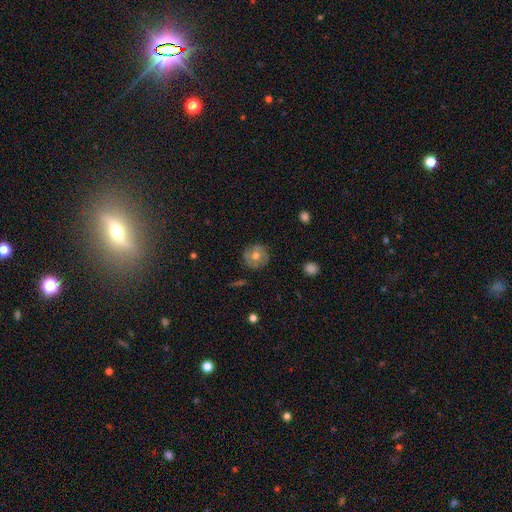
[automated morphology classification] A smooth galaxy with no disk features (51%) that is round (92%).

Vote fractions:
- Smooth or featured? smooth: 51% / featured or disk: 41% / star or artifact: 9%
- How rounded? round: 92% / in between: 7% / cigar-shaped: 1%
- Merging? none: 82% / minor disturbance: 13% / major disturbance: 3% / merger: 1%